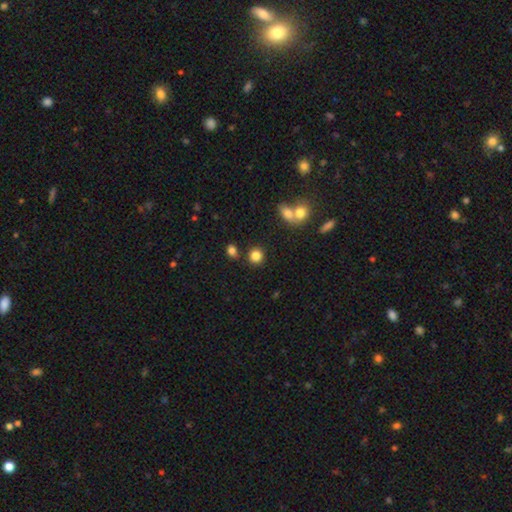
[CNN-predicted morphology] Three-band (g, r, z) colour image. It shows a smooth galaxy with no disk features (83%) that is round (88%). Merging: none (81%).